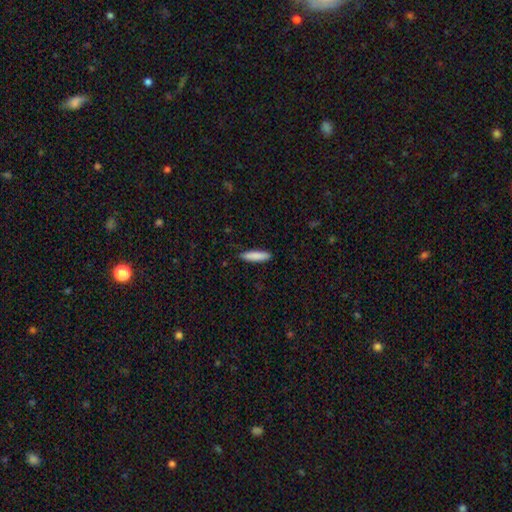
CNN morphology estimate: Smooth or featured: smooth — 86% (featured or disk — 8%)
How rounded: cigar-shaped — 81% (in between — 18%)
Merging: none — 87% (minor disturbance — 10%)